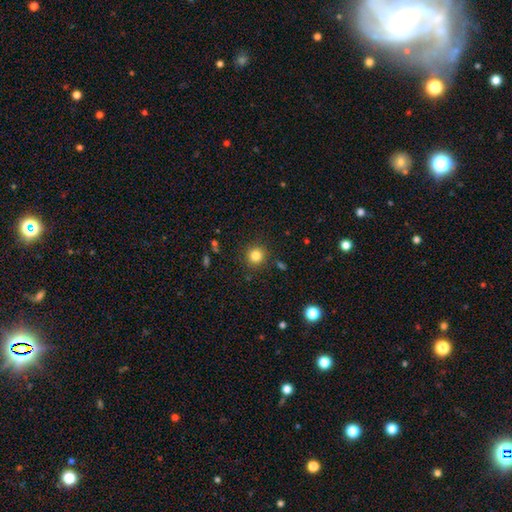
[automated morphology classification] type=smooth (82%); roundness=round (92%); merging=none (89%).